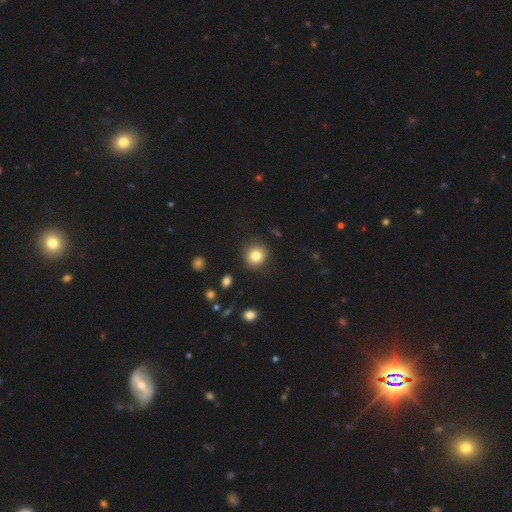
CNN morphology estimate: A smooth galaxy with no disk features (82%) that is round (90%).

Vote fractions:
- Smooth or featured? smooth: 82% / star or artifact: 10% / featured or disk: 7%
- How rounded? round: 90% / in between: 9% / cigar-shaped: 1%
- Merging? none: 89% / minor disturbance: 7% / major disturbance: 2% / merger: 1%